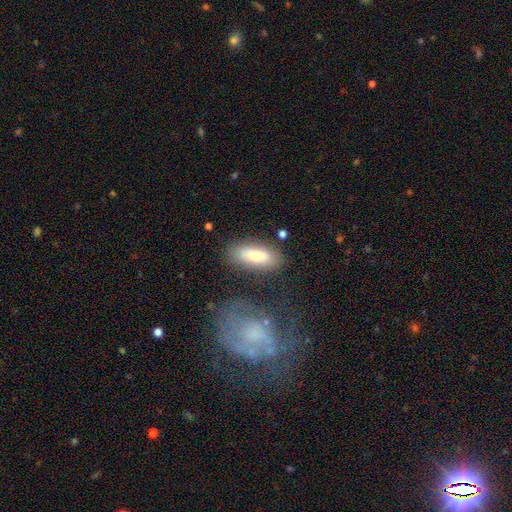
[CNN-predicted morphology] smooth_or_featured: smooth (p=0.82) [alt: featured or disk p=0.11]
how_rounded: in between (p=0.70) [alt: cigar-shaped p=0.28]
merging: none (p=0.78) [alt: minor disturbance p=0.14]